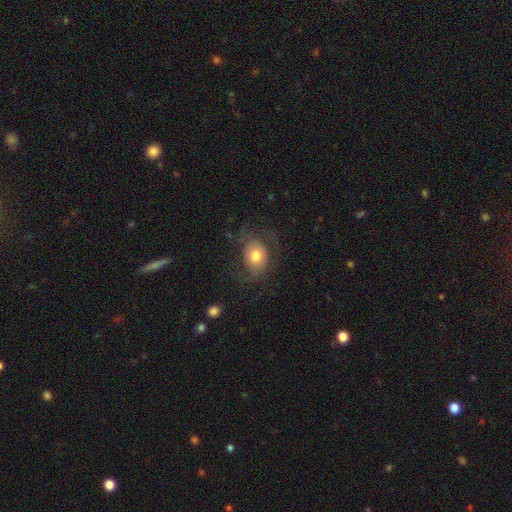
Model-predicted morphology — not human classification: Smooth or featured? Predicted: smooth (p=0.56). How rounded? Predicted: in between (p=0.56). Merging? Predicted: none (p=0.53).